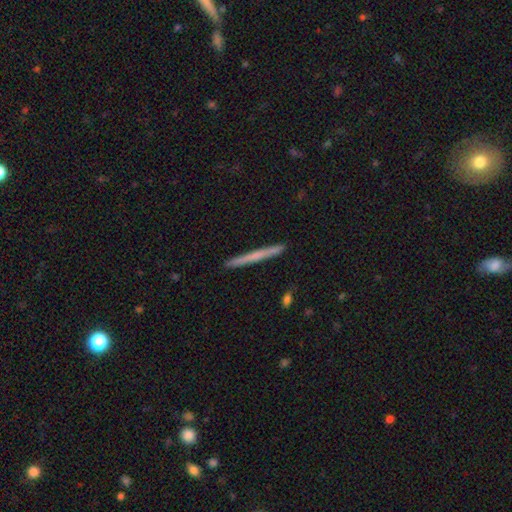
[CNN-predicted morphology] The model was most divided on "smooth or featured": smooth: 55%, featured or disk: 40%, star or artifact: 6%. More confident: how rounded — cigar-shaped (97%); merging — none (92%).